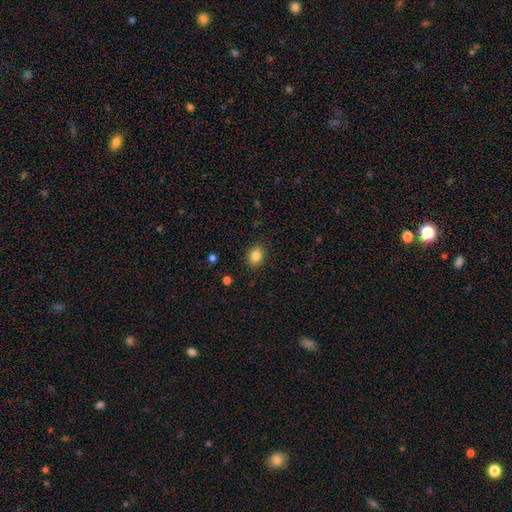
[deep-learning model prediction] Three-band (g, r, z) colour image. It shows a smooth galaxy with no disk features (84%) that is round (55%). Merging: none (88%).